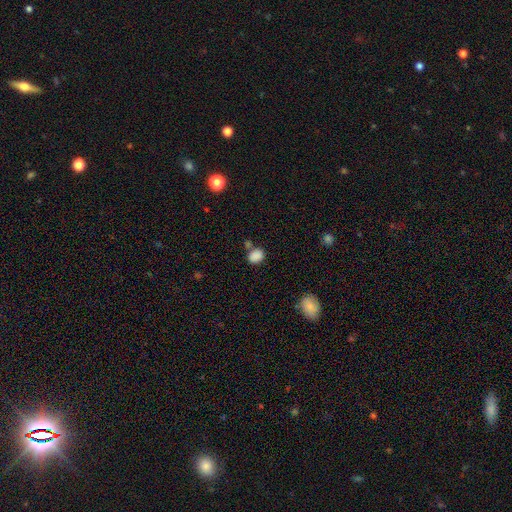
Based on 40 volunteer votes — This appears to be a smooth galaxy with no disk features (88%) that is in between round and cigar-shaped (74%). Merging: none (66%).